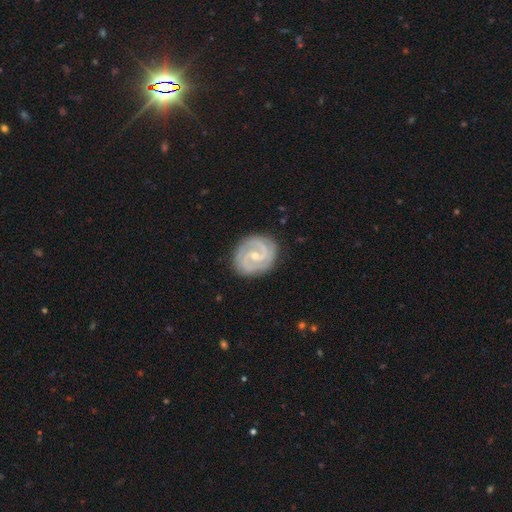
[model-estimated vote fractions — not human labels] A featured or disk galaxy (91%) with a weak bar (44%), 2 (82%) tight (64%) spiral arms (98%) and a small central bulge (64%). Merging: none (85%).